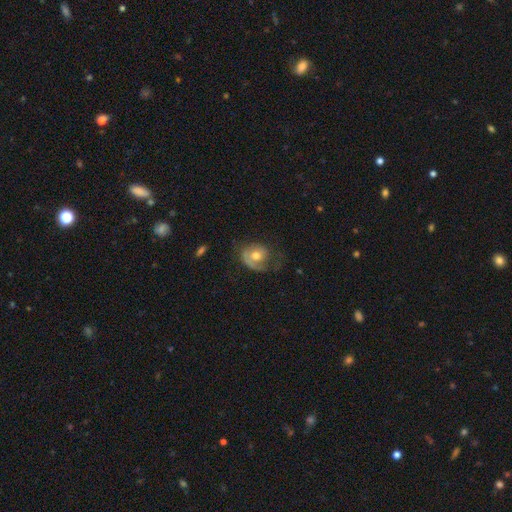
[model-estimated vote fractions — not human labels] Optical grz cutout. It shows a featured or disk galaxy (49%). Merging: none (38%).